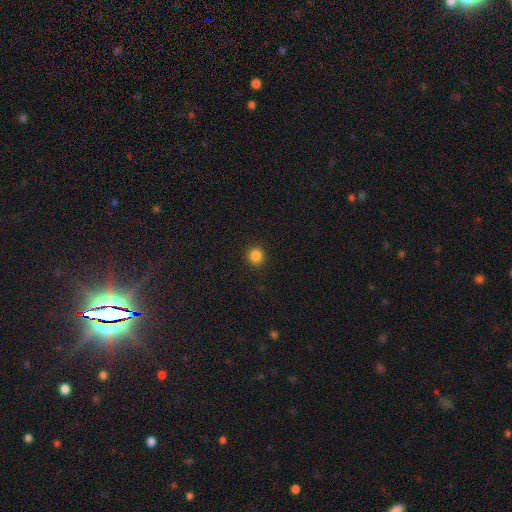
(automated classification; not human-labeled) smooth_or_featured: smooth (p=0.85) [alt: star or artifact p=0.12]
how_rounded: round (p=0.90) [alt: in between p=0.09]
merging: none (p=0.92) [alt: minor disturbance p=0.05]